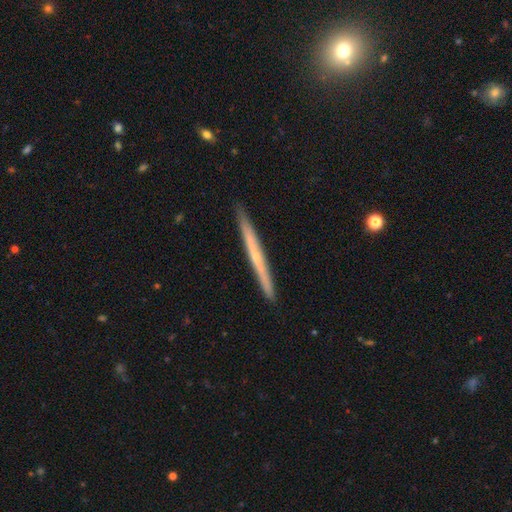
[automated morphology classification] type=featured or disk (59%); edge-on=yes (97%); edge-on bulge=none (64%); merging=none (92%).